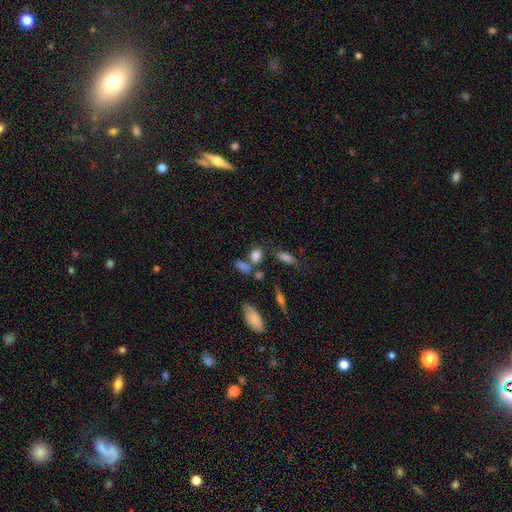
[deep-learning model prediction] A smooth galaxy with no disk features (79%) that is in between round and cigar-shaped (59%). Merging: none (56%).